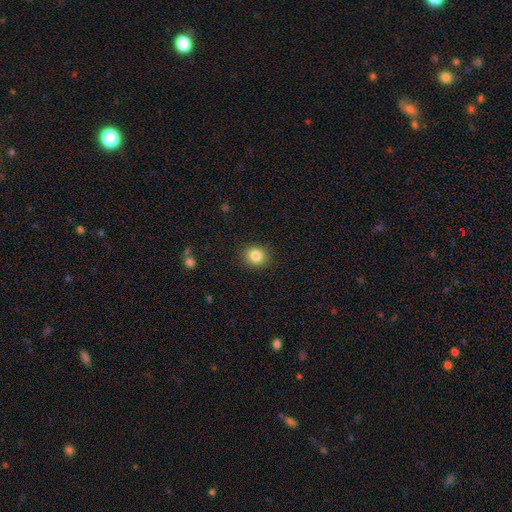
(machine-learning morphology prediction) Q: Smooth or featured?
A: smooth (84%); runner-up: star or artifact (10%)
Q: How rounded?
A: round (83%); runner-up: in between (16%)
Q: Merging?
A: none (90%); runner-up: minor disturbance (7%)